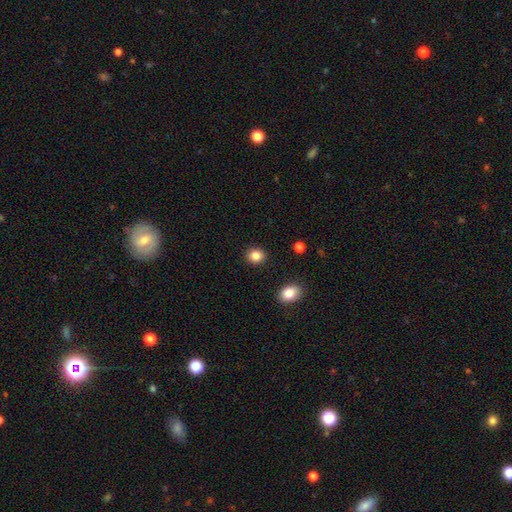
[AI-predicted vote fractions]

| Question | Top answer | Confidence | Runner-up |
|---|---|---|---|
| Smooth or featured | smooth | 85% | star or artifact (10%) |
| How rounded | round | 76% | in between (23%) |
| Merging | none | 90% | minor disturbance (6%) |